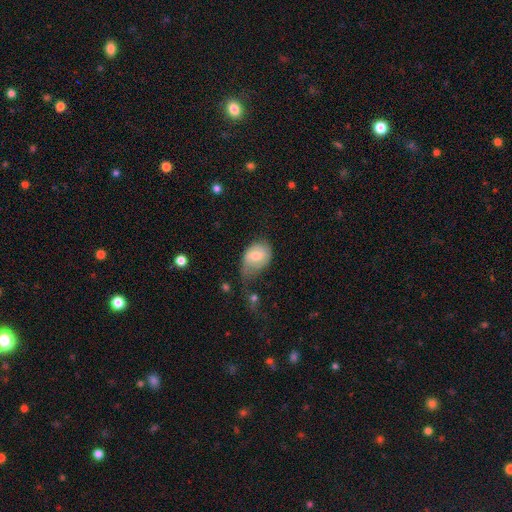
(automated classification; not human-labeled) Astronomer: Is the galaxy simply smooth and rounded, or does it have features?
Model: smooth — 61%.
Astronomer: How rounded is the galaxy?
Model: in between — 75%.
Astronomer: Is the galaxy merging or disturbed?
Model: minor disturbance — 37% (runner-up: none, 29%).